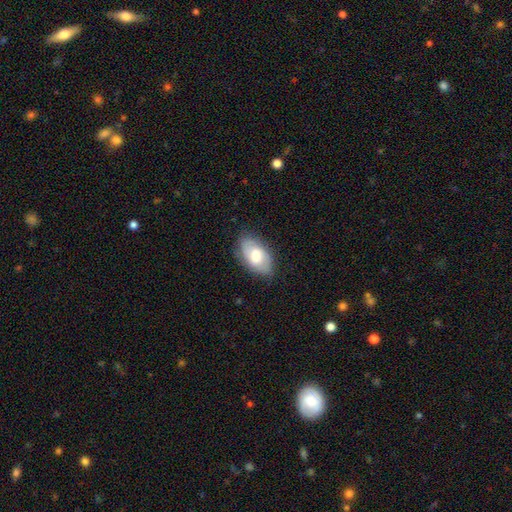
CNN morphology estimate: smooth 62%, featured or disk 32%, star or artifact 6%. Down the decision tree: how rounded — in between (94%); merging — none (73%).